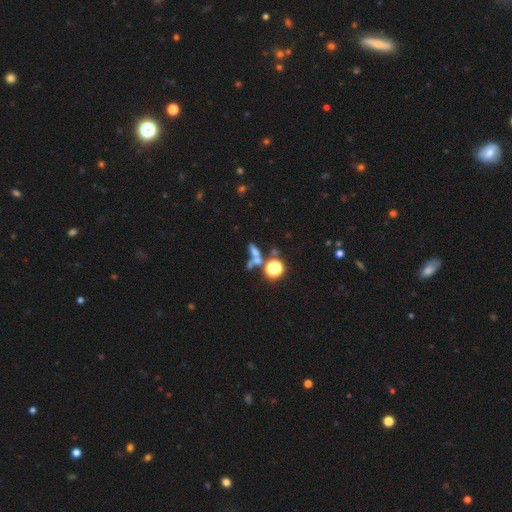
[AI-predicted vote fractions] The model was most divided on "merging": none: 40%, merger: 38%, major disturbance: 11%, minor disturbance: 11%. Remaining: smooth or featured — smooth (44%).